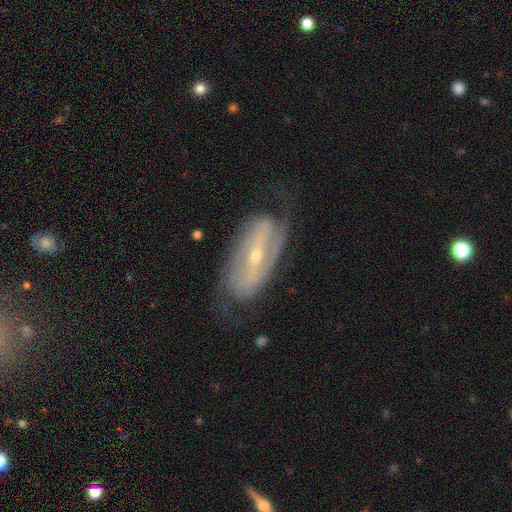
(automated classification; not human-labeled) Smooth or featured? featured or disk (84%)
Edge-on disk? no (89%)
Bar? strong (63%)
Spiral arms? yes (87%)
Spiral winding? medium (41%)
Spiral arm count? 2 (76%)
Bulge size? small (61%)
Merging? none (67%)